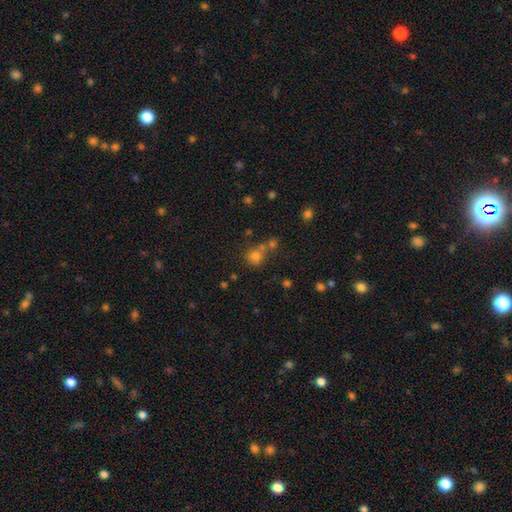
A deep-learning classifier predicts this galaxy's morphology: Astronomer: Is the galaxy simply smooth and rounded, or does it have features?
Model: smooth — 68%.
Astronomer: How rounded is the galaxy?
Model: round — 82%.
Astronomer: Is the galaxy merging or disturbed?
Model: none — 54% (runner-up: merger, 31%).